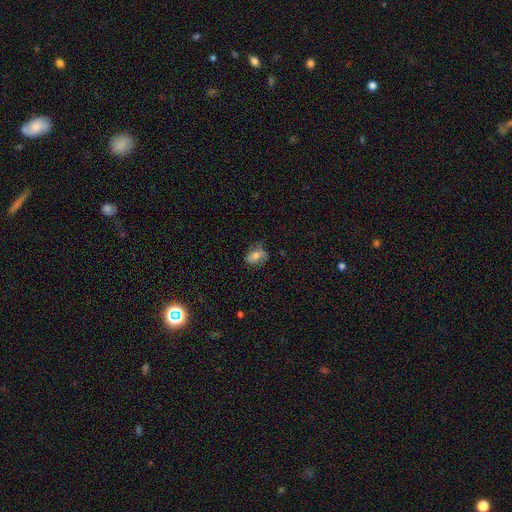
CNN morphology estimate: Smooth or featured? Predicted: smooth (p=0.60). How rounded? Predicted: in between (p=0.75). Merging? Predicted: none (p=0.61).